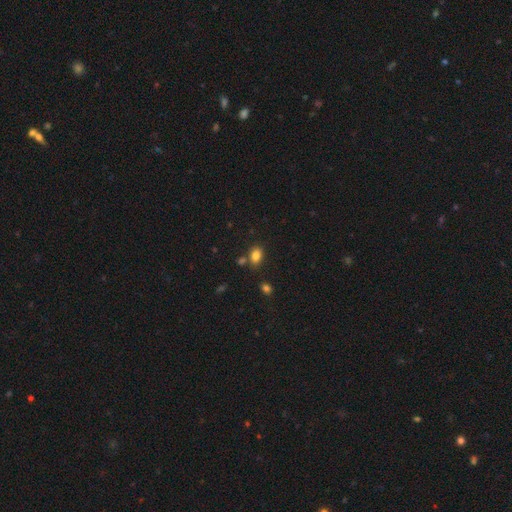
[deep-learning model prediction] smooth_or_featured: smooth (p=0.83) [alt: star or artifact p=0.11]
how_rounded: in between (p=0.77) [alt: round p=0.22]
merging: none (p=0.73) [alt: minor disturbance p=0.12]